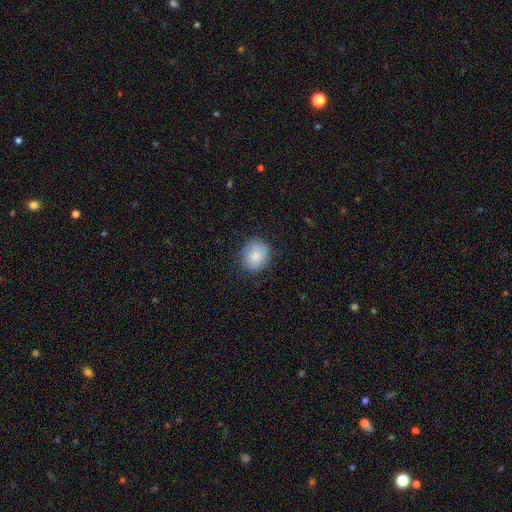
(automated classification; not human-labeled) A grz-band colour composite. It shows a smooth galaxy with no disk features (80%) that is round (70%). Merging: none (76%).